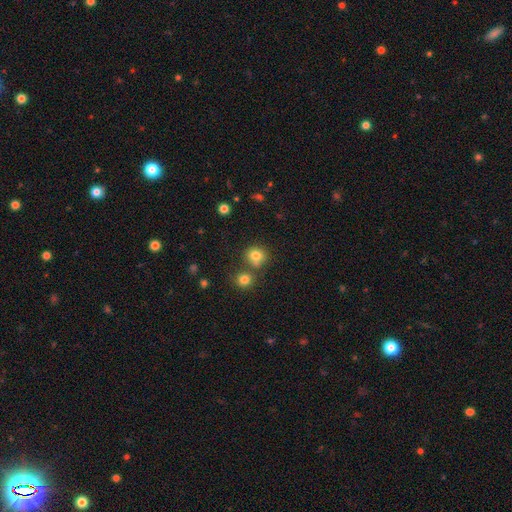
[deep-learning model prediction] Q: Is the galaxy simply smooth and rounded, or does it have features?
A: smooth — 79%.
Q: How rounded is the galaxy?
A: round — 83%.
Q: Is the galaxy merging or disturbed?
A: none — 64%.